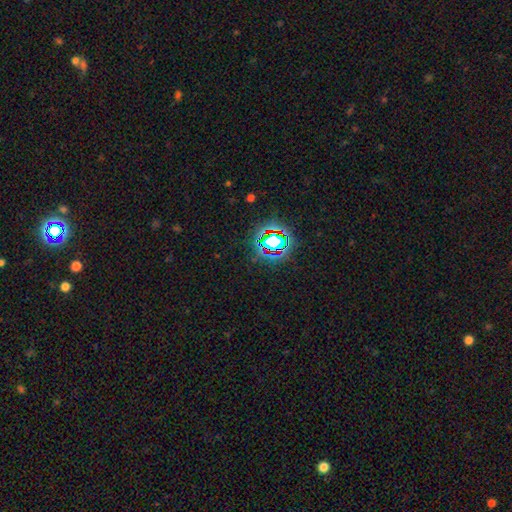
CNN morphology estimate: star or artifact 76%, smooth 16%, featured or disk 9%.